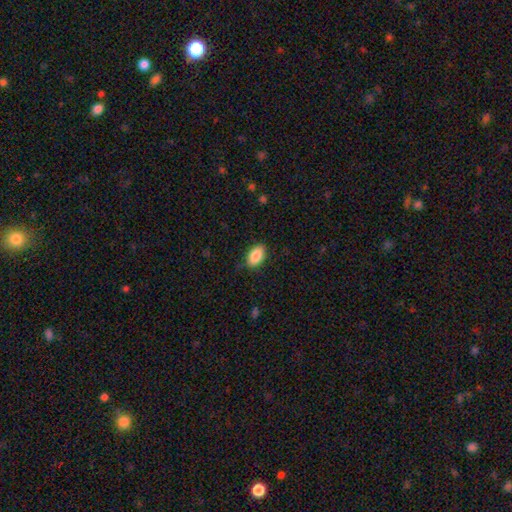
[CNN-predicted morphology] Smooth or featured? Predicted: smooth (p=0.88). How rounded? Predicted: in between (p=0.92). Merging? Predicted: none (p=0.85).